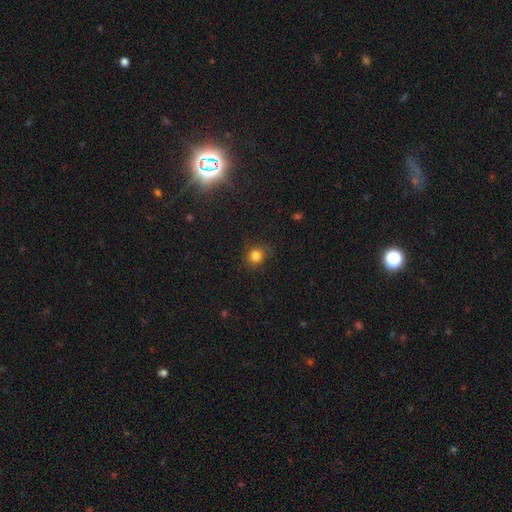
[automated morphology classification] smooth-or-featured: smooth: 82% | star or artifact: 13% | featured or disk: 5%
  how-rounded: round: 85% | in between: 14% | cigar-shaped: 1%
  merging: none: 81% | minor disturbance: 14% | major disturbance: 4% | merger: 1%